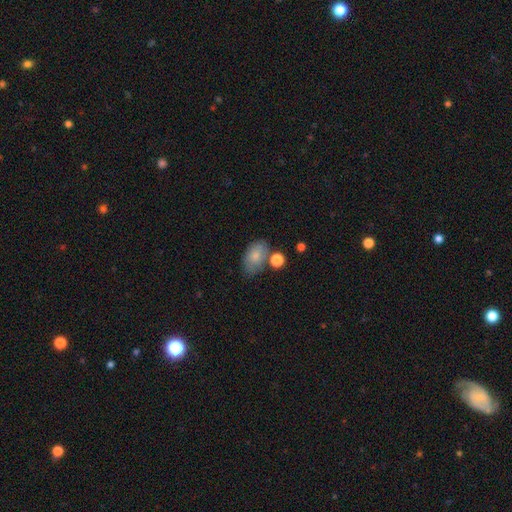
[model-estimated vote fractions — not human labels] The model was most divided on "merging": none: 59%, minor disturbance: 21%, merger: 13%, major disturbance: 6%. More confident: how rounded — in between (87%); smooth or featured — smooth (79%).